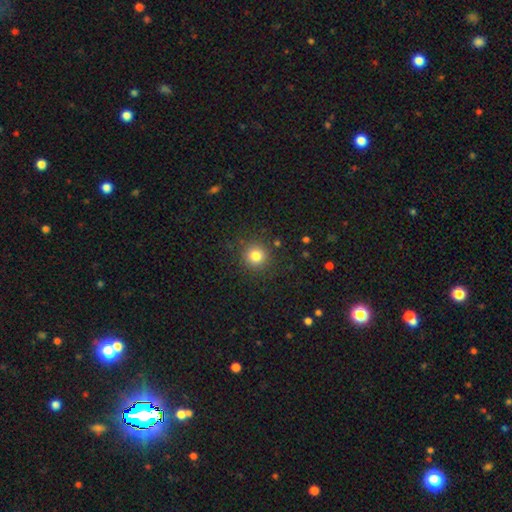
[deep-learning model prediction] Q: Smooth or featured?
A: smooth (81%); runner-up: star or artifact (12%)
Q: How rounded?
A: round (94%); runner-up: in between (5%)
Q: Merging?
A: none (88%); runner-up: minor disturbance (7%)